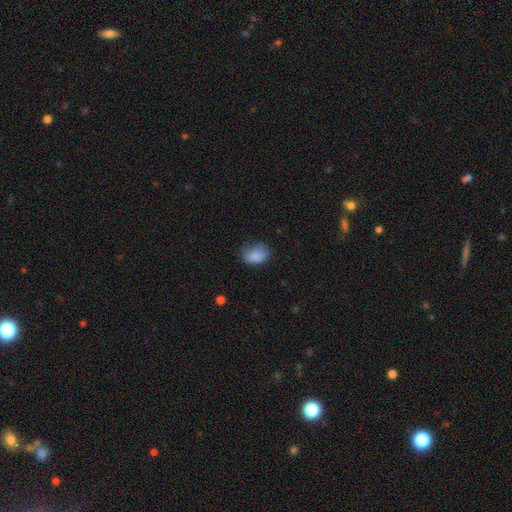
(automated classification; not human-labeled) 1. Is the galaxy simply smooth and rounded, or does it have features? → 85% smooth, 9% star or artifact, 6% featured or disk.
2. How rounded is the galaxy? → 79% in between, 19% round, 1% cigar-shaped.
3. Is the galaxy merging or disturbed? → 59% none, 30% minor disturbance, 9% major disturbance, 1% merger.